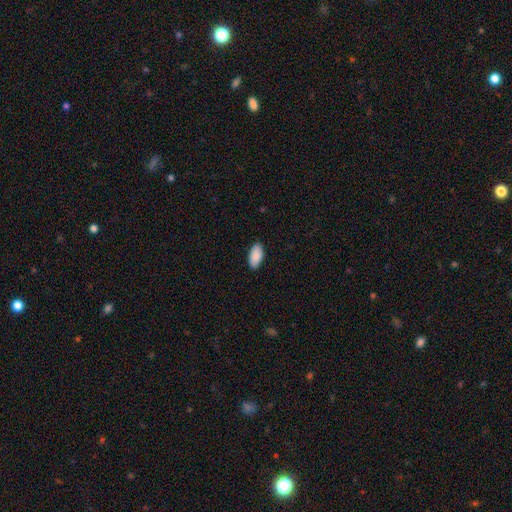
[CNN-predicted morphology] Overall: smooth (90%). How rounded: in between (94%). Merging: none (88%).